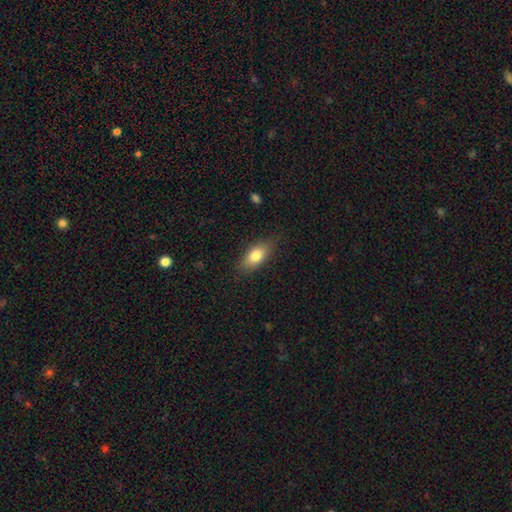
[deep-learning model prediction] Smooth or featured: smooth — 79% (featured or disk — 14%)
How rounded: in between — 84% (cigar-shaped — 11%)
Merging: none — 81% (minor disturbance — 15%)